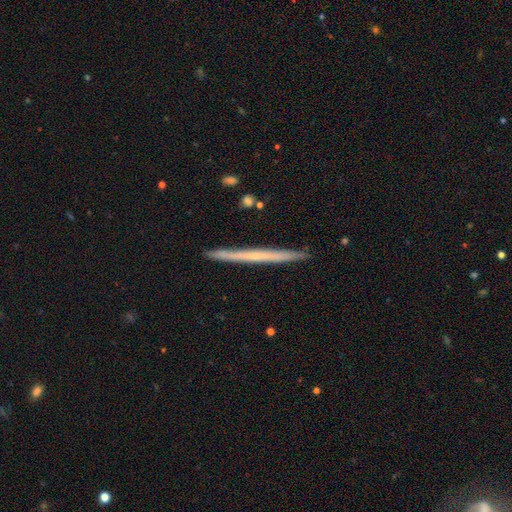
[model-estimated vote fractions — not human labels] A featured or disk galaxy (58%) viewed edge-on (98%) with no central bulge (82%). Merging: none (91%).